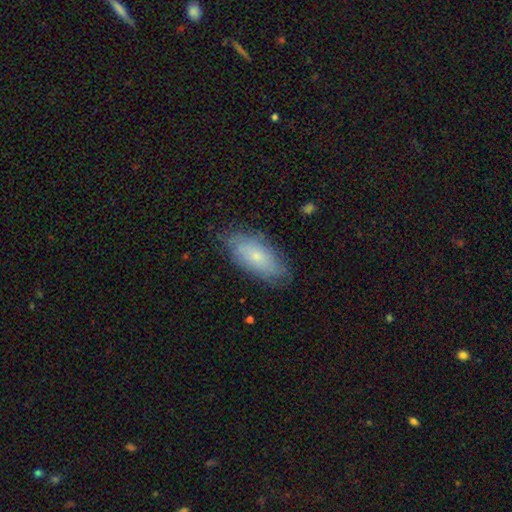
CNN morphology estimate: Smooth or featured? smooth (65%)
How rounded? in between (85%)
Merging? none (76%)